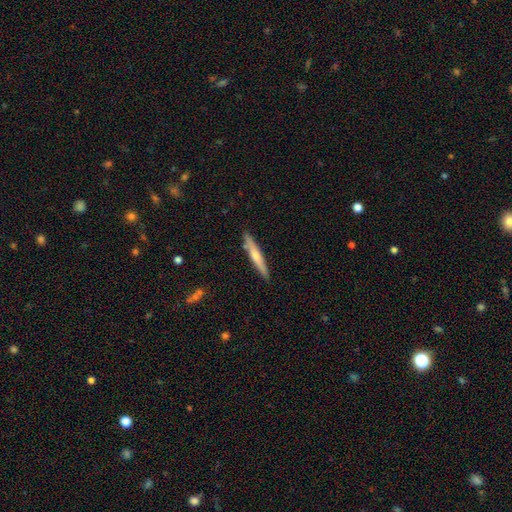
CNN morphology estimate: This is possibly a smooth galaxy (56%). How rounded: clearly cigar-shaped (94%). Merging: clearly none (86%).